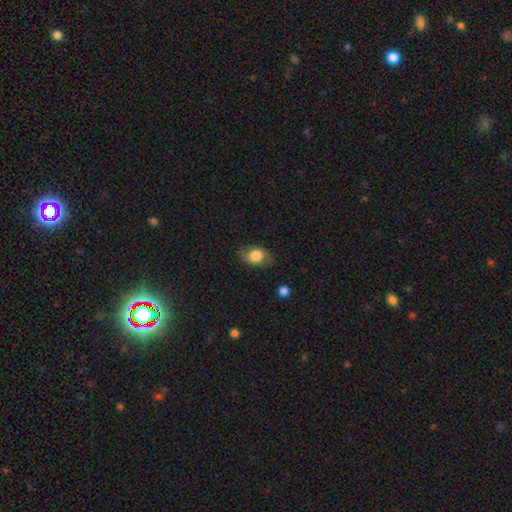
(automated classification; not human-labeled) A smooth galaxy with no disk features (79%) that is in between round and cigar-shaped (75%). Merging: none (78%).